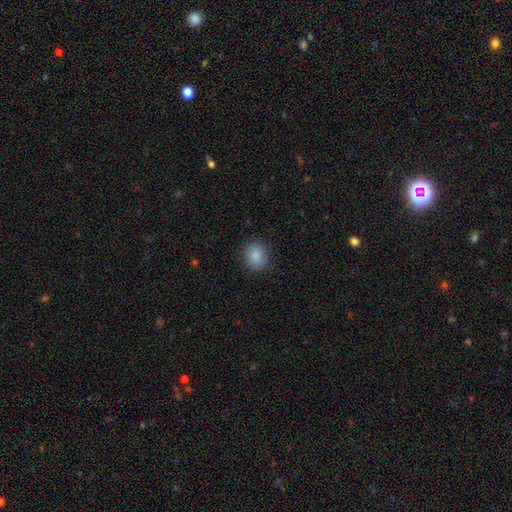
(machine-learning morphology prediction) smooth_or_featured: smooth (p=0.87) [alt: star or artifact p=0.08]
how_rounded: round (p=0.70) [alt: in between p=0.29]
merging: none (p=0.87) [alt: minor disturbance p=0.09]